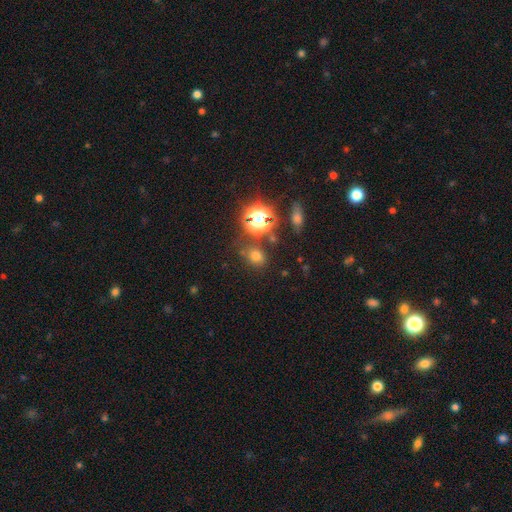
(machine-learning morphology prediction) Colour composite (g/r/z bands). It shows a smooth galaxy with no disk features (65%) that is round (59%). Merging: none (77%).